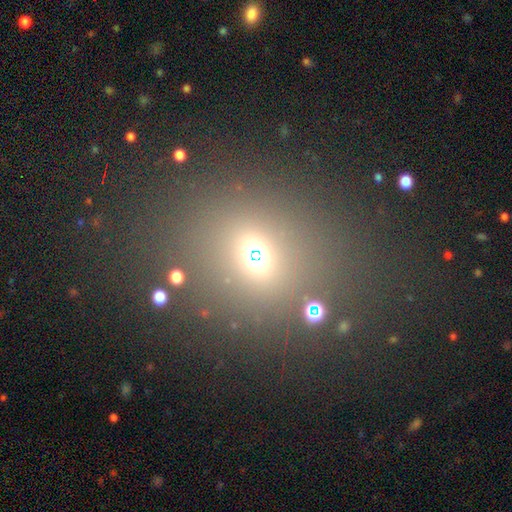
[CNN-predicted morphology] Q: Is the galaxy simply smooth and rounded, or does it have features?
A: smooth — 56%.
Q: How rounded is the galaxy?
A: round — 69%.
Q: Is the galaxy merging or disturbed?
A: none — 78%.